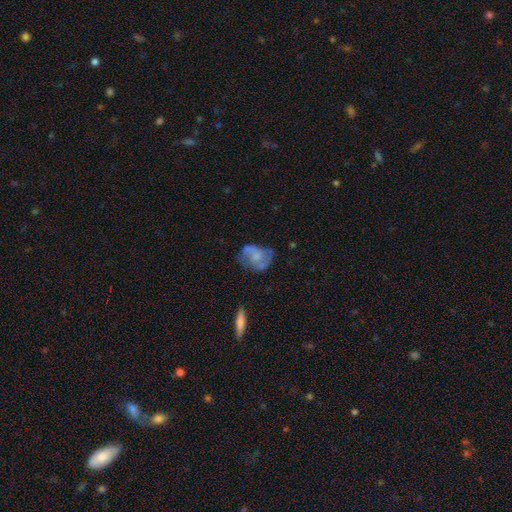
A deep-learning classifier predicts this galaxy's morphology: Q: Smooth or featured?
A: featured or disk (65%); runner-up: smooth (27%)
Q: Edge-on disk?
A: no (97%); runner-up: yes (3%)
Q: Bar?
A: no (61%); runner-up: weak (31%)
Q: Spiral arms?
A: yes (82%); runner-up: no (18%)
Q: Spiral winding?
A: medium (43%); runner-up: loose (42%)
Q: Spiral arm count?
A: 2 (83%); runner-up: can't tell (9%)
Q: Bulge size?
A: none (53%); runner-up: small (22%)
Q: Merging?
A: none (57%); runner-up: minor disturbance (24%)